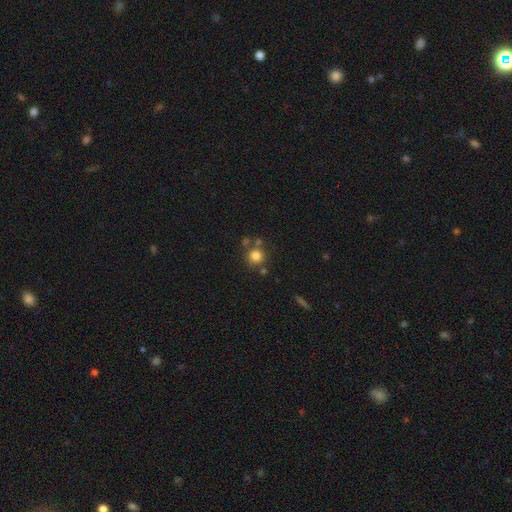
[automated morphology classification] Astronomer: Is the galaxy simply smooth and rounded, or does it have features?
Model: smooth — 80%.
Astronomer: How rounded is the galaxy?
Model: round — 92%.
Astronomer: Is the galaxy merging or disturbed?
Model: none — 70%.